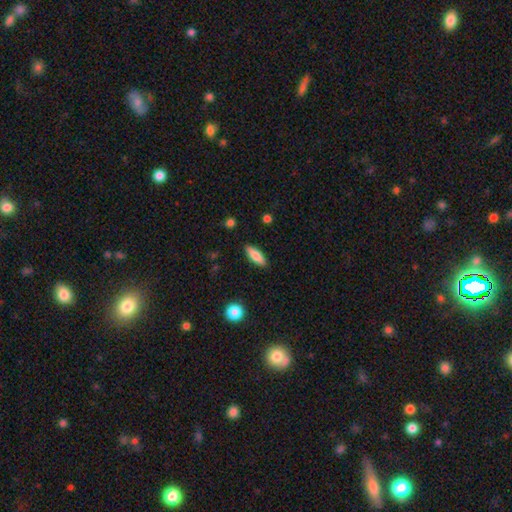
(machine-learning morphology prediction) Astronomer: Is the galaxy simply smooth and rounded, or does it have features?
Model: smooth — 76%.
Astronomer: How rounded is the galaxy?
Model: in between — 49%, tied with cigar-shaped at 49%.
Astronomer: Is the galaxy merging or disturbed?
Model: none — 88%.